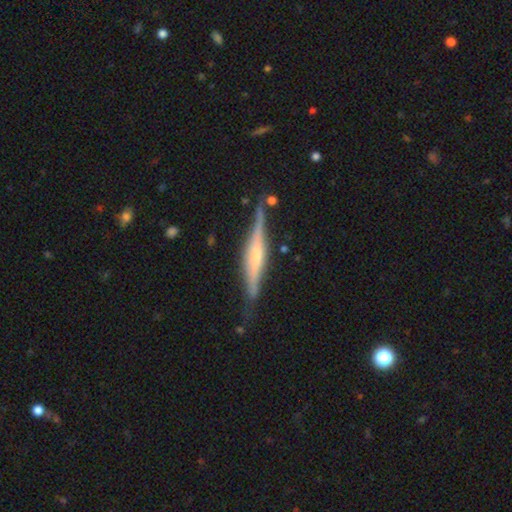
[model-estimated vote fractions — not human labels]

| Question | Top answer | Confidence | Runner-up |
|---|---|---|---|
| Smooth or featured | featured or disk | 72% | smooth (22%) |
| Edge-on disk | yes | 96% | no (4%) |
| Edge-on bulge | rounded | 54% | boxy (29%) |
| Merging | none | 78% | minor disturbance (16%) |